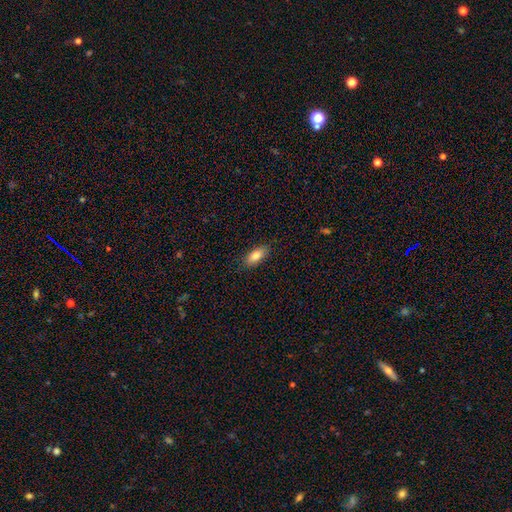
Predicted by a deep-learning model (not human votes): smooth-or-featured: smooth: 82% | featured or disk: 12% | star or artifact: 7%
  how-rounded: in between: 85% | cigar-shaped: 13% | round: 3%
  merging: none: 86% | minor disturbance: 11% | major disturbance: 2% | merger: 1%